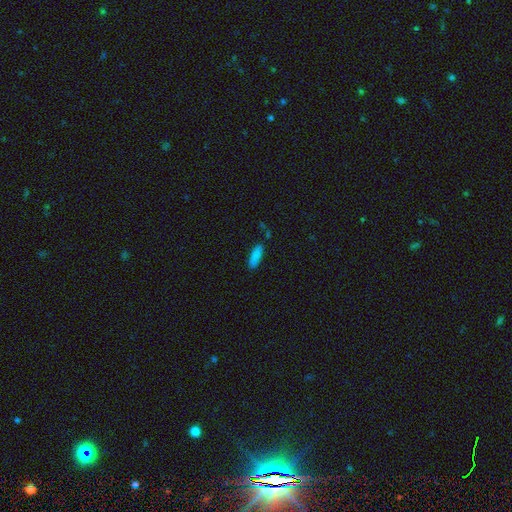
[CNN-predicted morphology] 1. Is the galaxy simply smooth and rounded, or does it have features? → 86% smooth, 8% star or artifact, 6% featured or disk.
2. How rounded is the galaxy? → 49% in between (tied), 49% cigar-shaped (tied), 2% round.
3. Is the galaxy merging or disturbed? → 82% none, 12% minor disturbance, 4% merger, 2% major disturbance.